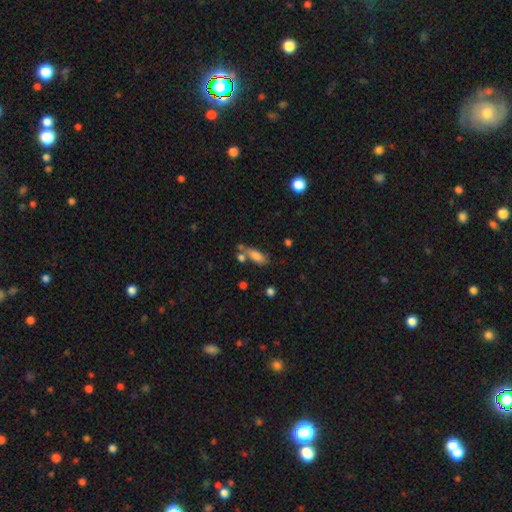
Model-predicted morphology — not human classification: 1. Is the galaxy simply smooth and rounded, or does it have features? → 78% smooth, 13% featured or disk, 9% star or artifact.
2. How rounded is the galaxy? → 71% in between, 26% cigar-shaped, 3% round.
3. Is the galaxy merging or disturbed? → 50% none, 24% merger, 19% minor disturbance, 8% major disturbance.